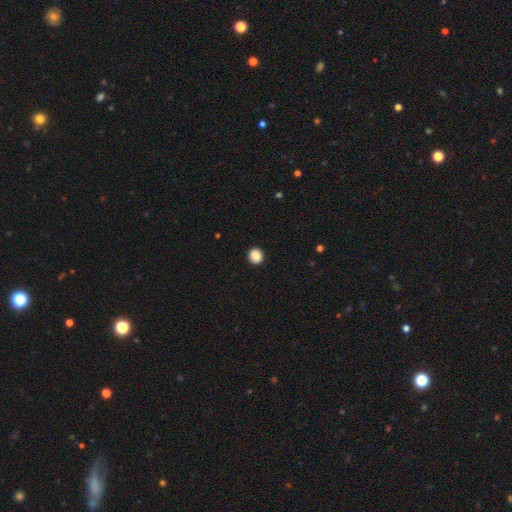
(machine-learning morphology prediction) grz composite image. It shows a smooth galaxy with no disk features (89%) that is round (82%). Merging: none (93%).